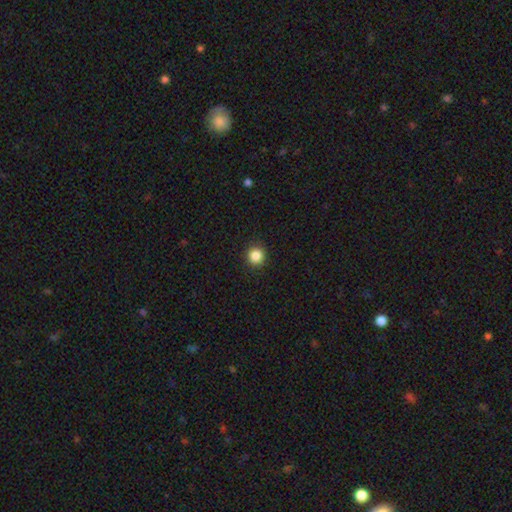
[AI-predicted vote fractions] Overall: smooth (86%). How rounded: round (94%). Merging: none (92%).